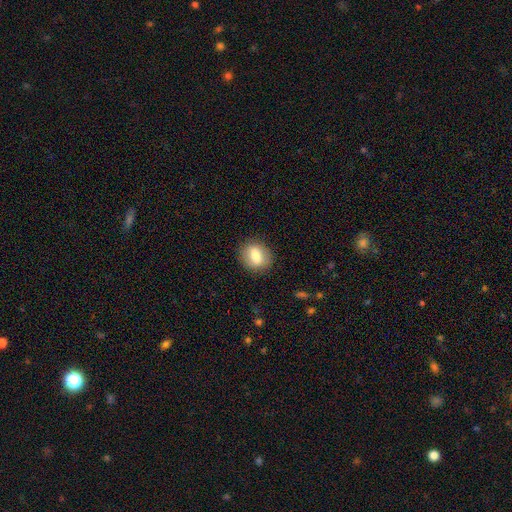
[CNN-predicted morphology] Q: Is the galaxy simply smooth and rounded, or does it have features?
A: smooth — 72%.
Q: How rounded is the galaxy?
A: round — 56%.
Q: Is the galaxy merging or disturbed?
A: none — 86%.